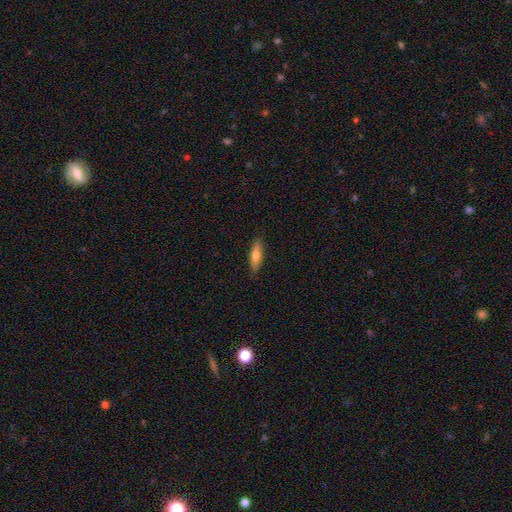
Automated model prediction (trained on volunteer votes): Morphology: type=smooth (66%); roundness=cigar-shaped (66%); merging=none (88%).